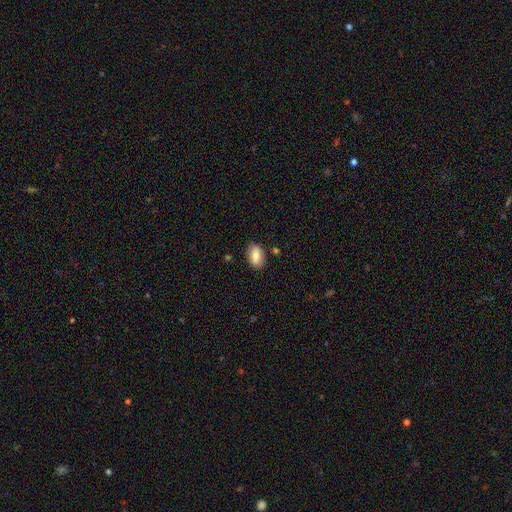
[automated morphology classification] This appears to be a smooth galaxy with no disk features (77%) that is in between round and cigar-shaped (89%). Merging: none (83%).